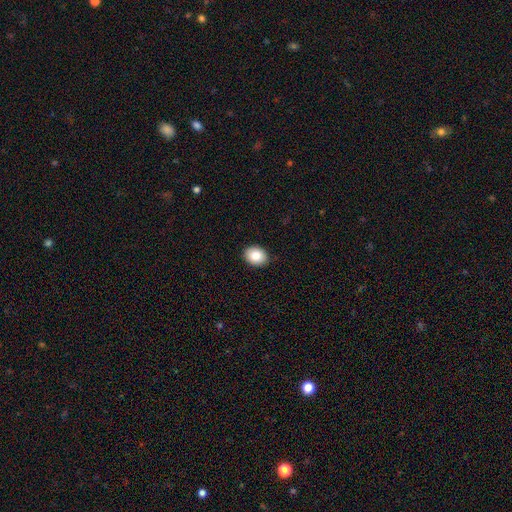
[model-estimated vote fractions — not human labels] This appears to be a smooth galaxy with no disk features (84%) that is in between round and cigar-shaped (56%). Merging: none (90%).